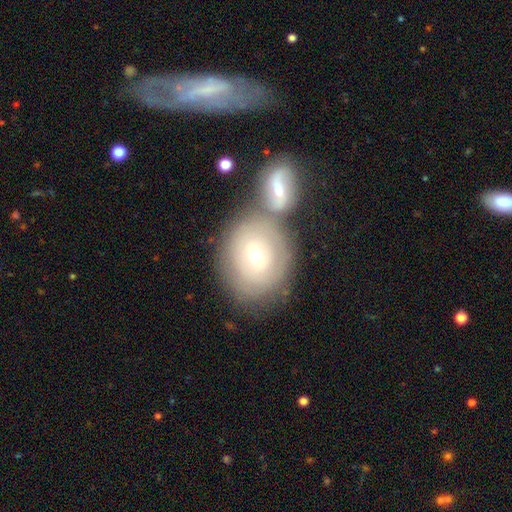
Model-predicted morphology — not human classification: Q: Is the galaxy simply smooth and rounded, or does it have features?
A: smooth — 52%.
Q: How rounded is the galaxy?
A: round — 71%.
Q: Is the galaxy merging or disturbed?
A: none — 49%.